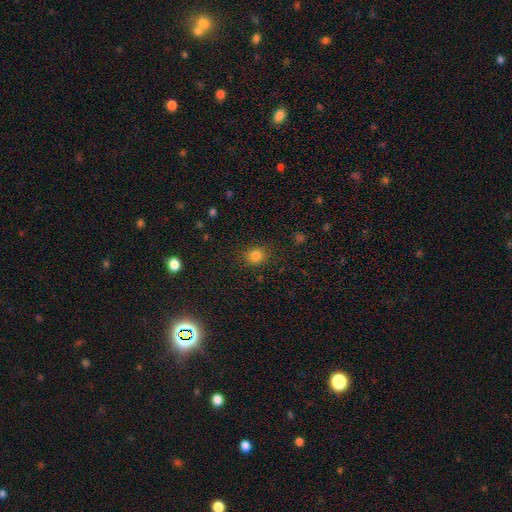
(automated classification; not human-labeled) A smooth galaxy with no disk features (82%) that is round (81%). Merging: none (86%).